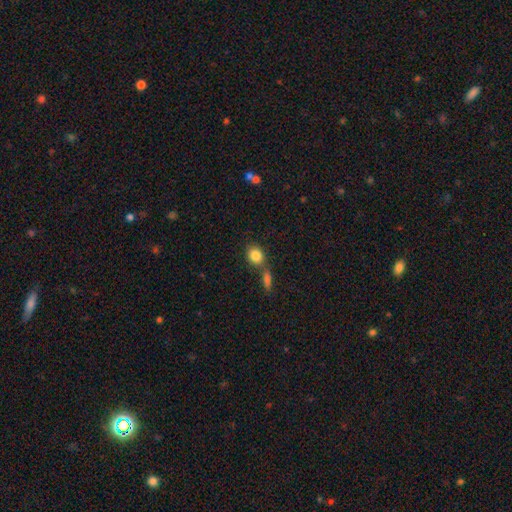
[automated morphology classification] Overall: smooth (85%). How rounded: round (57%; in between 41%). Merging: none (55%; merger 30%).